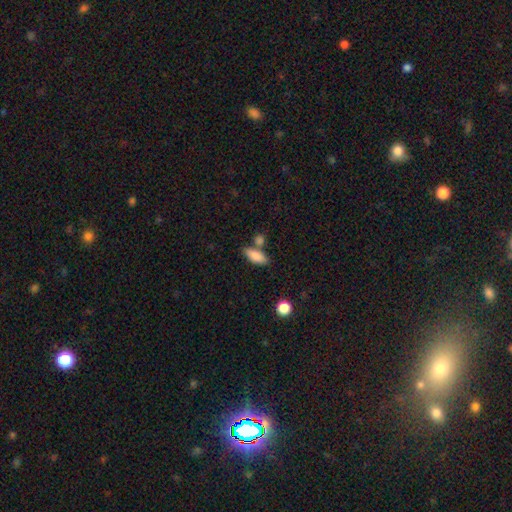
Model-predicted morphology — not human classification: Smooth or featured?
  - smooth: 85% *
  - featured or disk: 8%
  - star or artifact: 7%
How rounded?
  - in between: 76% *
  - cigar-shaped: 20%
  - round: 3%
Merging?
  - none: 63% *
  - merger: 19%
  - minor disturbance: 14%
  - major disturbance: 4%